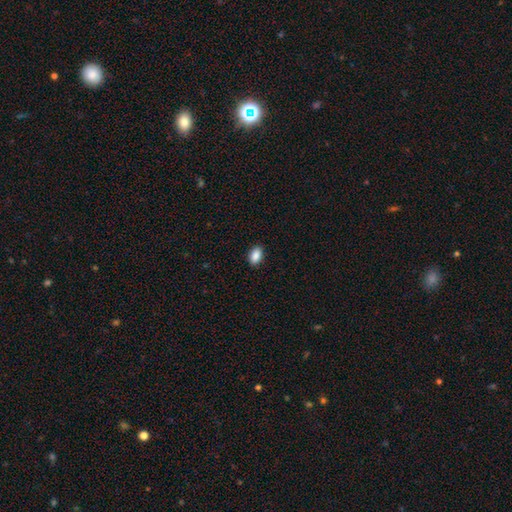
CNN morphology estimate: Smooth or featured: smooth — 89% (star or artifact — 8%)
How rounded: in between — 89% (round — 10%)
Merging: none — 90% (minor disturbance — 7%)